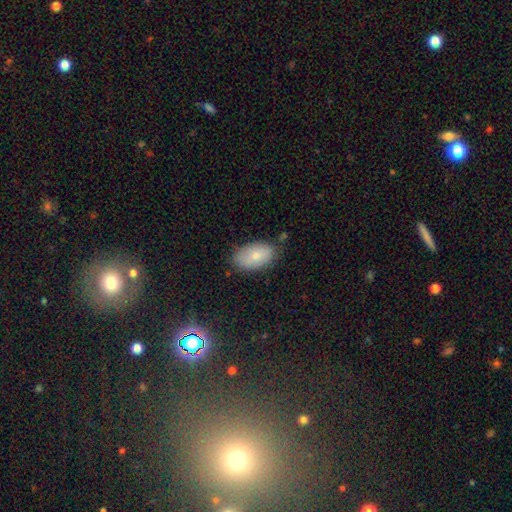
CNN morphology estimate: smooth-or-featured: smooth: 78% | featured or disk: 14% | star or artifact: 8%
  how-rounded: in between: 93% | round: 6% | cigar-shaped: 1%
  merging: none: 76% | minor disturbance: 18% | major disturbance: 4% | merger: 2%